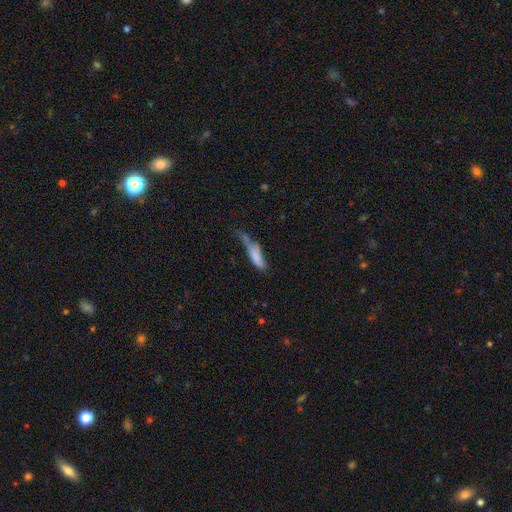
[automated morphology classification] smooth-or-featured: smooth: 71% | featured or disk: 20% | star or artifact: 8%
  how-rounded: cigar-shaped: 60% | in between: 38% | round: 2%
  merging: minor disturbance: 33% | major disturbance: 32% | none: 23% | merger: 12%